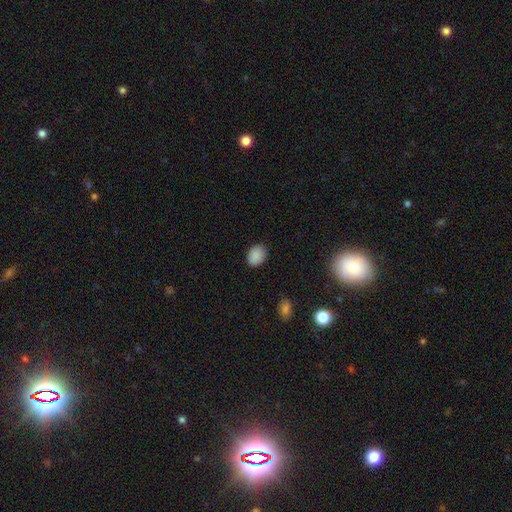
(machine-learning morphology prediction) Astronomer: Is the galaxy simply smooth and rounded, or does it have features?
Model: smooth — 88%.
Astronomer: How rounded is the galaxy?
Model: in between — 69%.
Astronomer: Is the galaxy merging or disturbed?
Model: none — 84%.